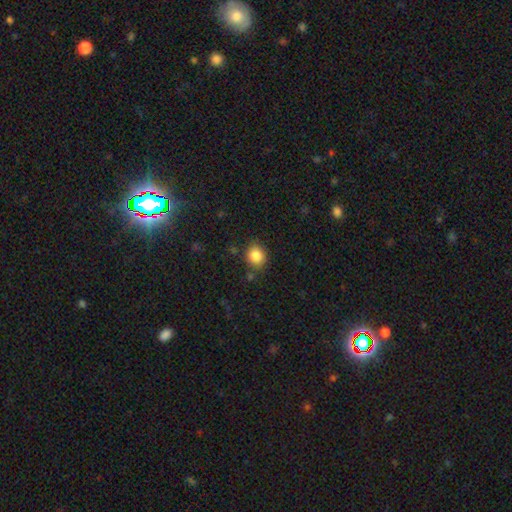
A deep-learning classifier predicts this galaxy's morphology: smooth 85%, star or artifact 10%, featured or disk 5%. Down the decision tree: how rounded — round (76%); merging — none (82%).